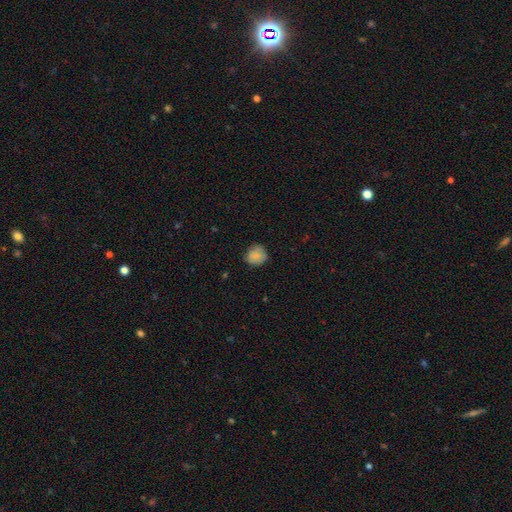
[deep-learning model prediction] Smooth or featured? smooth (84%)
How rounded? round (81%)
Merging? none (77%)